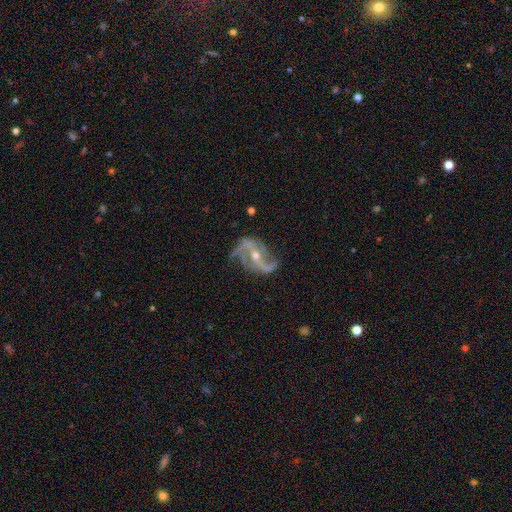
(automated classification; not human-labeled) Smooth or featured? Predicted: featured or disk (p=0.90). Edge-on disk? Predicted: no (p=0.97). Bar? Predicted: strong (p=0.36). Spiral arms? Predicted: yes (p=0.97). Spiral winding? Predicted: loose (p=0.64). Spiral arm count? Predicted: 2 (p=0.80). Bulge size? Predicted: moderate (p=0.49). Merging? Predicted: none (p=0.69).